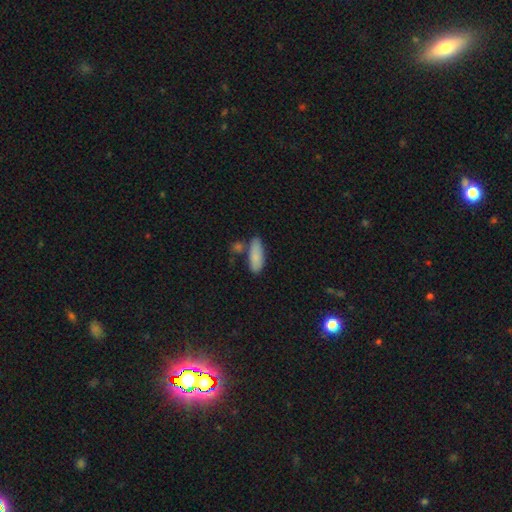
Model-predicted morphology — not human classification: smooth_or_featured: smooth (p=0.85) [alt: featured or disk p=0.09]
how_rounded: in between (p=0.69) [alt: cigar-shaped p=0.28]
merging: none (p=0.63) [alt: minor disturbance p=0.18]